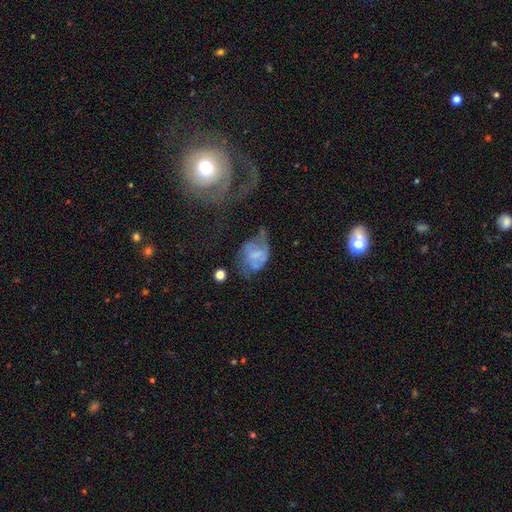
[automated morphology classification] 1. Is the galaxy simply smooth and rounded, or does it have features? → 49% featured or disk, 40% smooth, 11% star or artifact.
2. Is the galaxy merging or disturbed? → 37% major disturbance, 27% none, 27% minor disturbance, 9% merger.